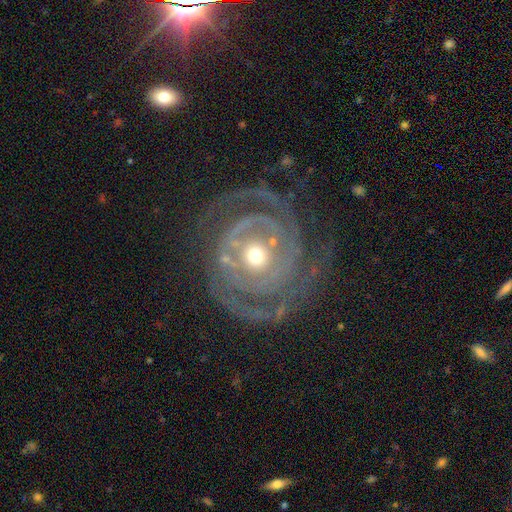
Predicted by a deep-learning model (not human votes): Smooth or featured?
  - featured or disk: 82% *
  - smooth: 11%
  - star or artifact: 7%
Edge-on disk?
  - no: 97% *
  - yes: 3%
Bar?
  - no: 82% *
  - weak: 12%
  - strong: 6%
Spiral arms?
  - yes: 79% *
  - no: 21%
Spiral winding?
  - tight: 59% *
  - medium: 25%
  - loose: 15%
Spiral arm count?
  - 2: 32% *
  - can't tell: 28%
  - 3: 13%
  - 1: 11%
  - 4: 8%
  - more than 4: 8%
Bulge size?
  - moderate: 47% *
  - small: 45%
  - large: 5%
  - dominant: 2%
  - none: 1%
Merging?
  - none: 61% *
  - major disturbance: 21%
  - minor disturbance: 16%
  - merger: 3%